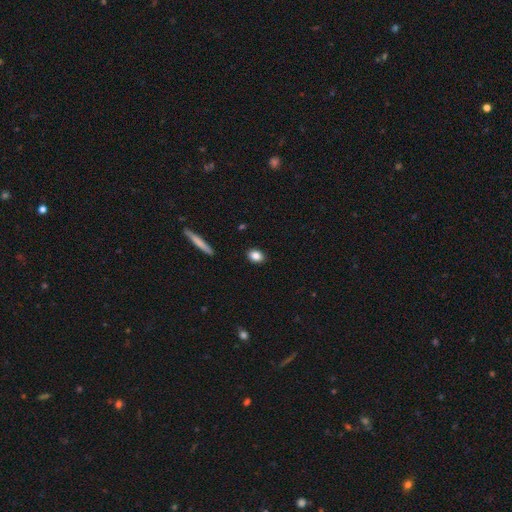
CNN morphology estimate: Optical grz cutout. It shows a smooth galaxy with no disk features (85%) that is in between round and cigar-shaped (65%). Merging: none (89%).